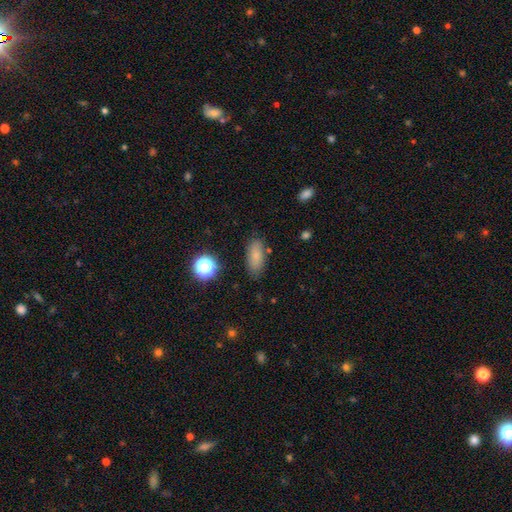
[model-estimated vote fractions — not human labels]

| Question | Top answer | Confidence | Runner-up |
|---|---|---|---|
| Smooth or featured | smooth | 79% | star or artifact (11%) |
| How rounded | in between | 82% | cigar-shaped (13%) |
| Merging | none | 81% | minor disturbance (13%) |